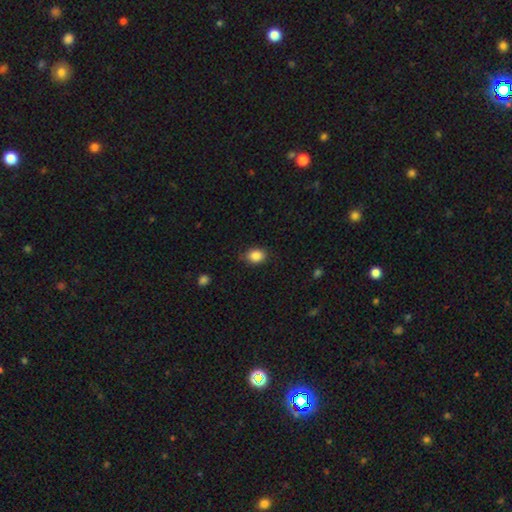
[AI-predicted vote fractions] smooth_or_featured: smooth (p=0.87) [alt: star or artifact p=0.09]
how_rounded: in between (p=0.65) [alt: round p=0.34]
merging: none (p=0.81) [alt: minor disturbance p=0.15]